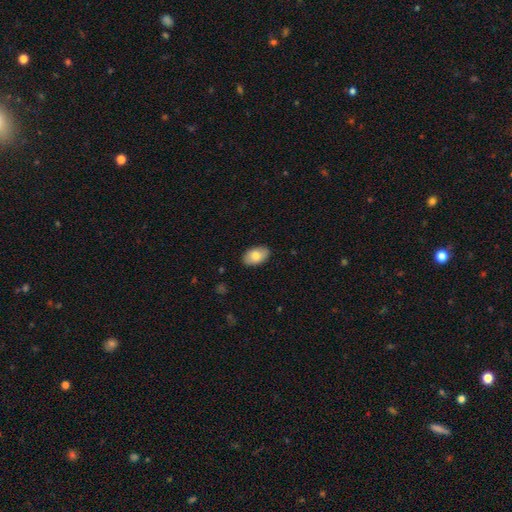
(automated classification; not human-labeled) Smooth or featured? Predicted: smooth (p=0.81). How rounded? Predicted: in between (p=0.92). Merging? Predicted: none (p=0.87).